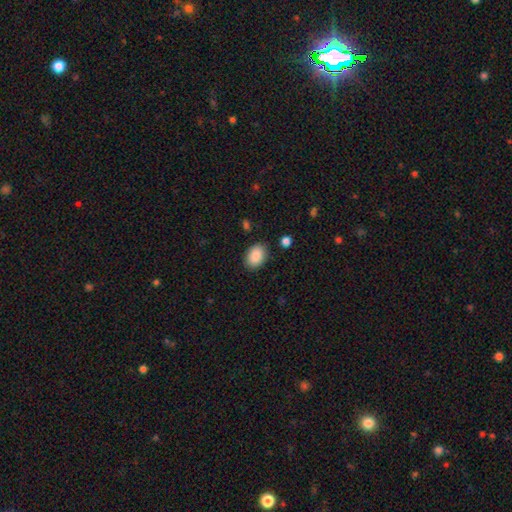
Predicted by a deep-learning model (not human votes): A smooth galaxy with no disk features (88%) that is in between round and cigar-shaped (84%). Merging: none (86%).